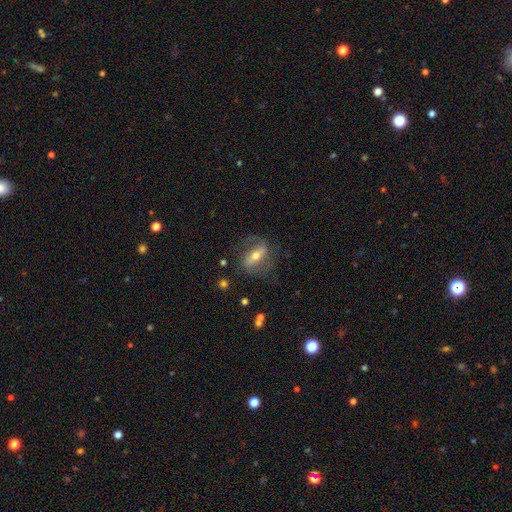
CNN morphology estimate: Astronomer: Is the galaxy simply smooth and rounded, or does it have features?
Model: featured or disk — 67%.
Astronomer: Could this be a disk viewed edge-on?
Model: no — 85%.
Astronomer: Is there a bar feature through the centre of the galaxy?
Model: strong — 56%.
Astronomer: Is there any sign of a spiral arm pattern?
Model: yes — 72%.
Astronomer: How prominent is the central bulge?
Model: moderate — 65%.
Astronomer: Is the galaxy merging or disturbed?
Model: none — 66%.